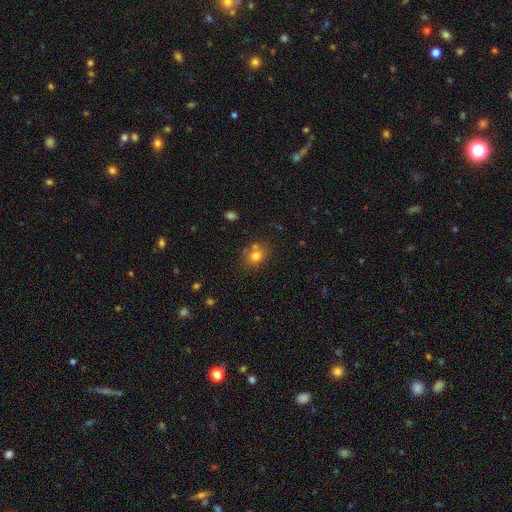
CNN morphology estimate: Q: Smooth or featured?
A: smooth (75%); runner-up: star or artifact (13%)
Q: How rounded?
A: round (55%); runner-up: in between (44%)
Q: Merging?
A: none (62%); runner-up: merger (18%)